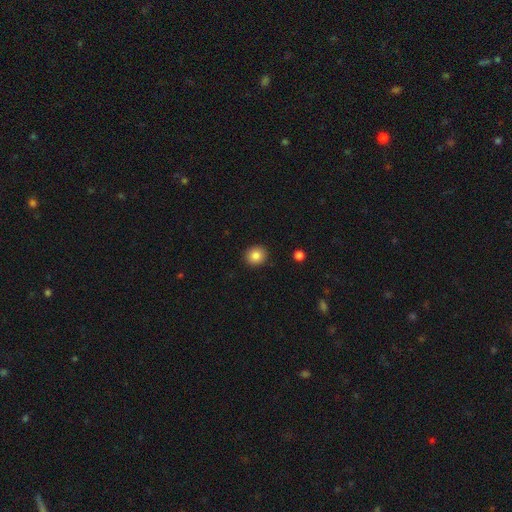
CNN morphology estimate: Overall: smooth (84%). How rounded: round (81%). Merging: none (91%).